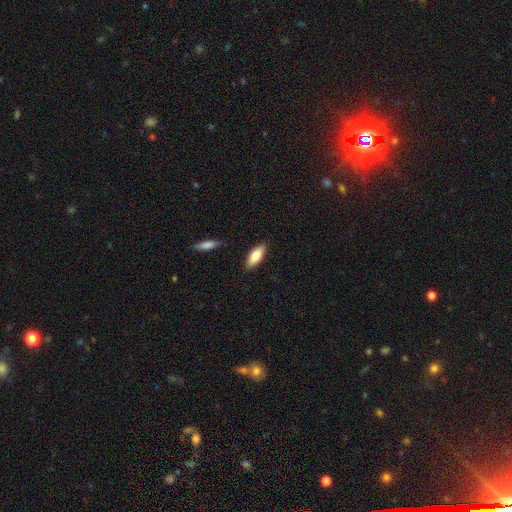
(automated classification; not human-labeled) Smooth or featured?
  - smooth: 82% *
  - featured or disk: 12%
  - star or artifact: 6%
How rounded?
  - in between: 76% *
  - cigar-shaped: 23%
  - round: 2%
Merging?
  - none: 86% *
  - minor disturbance: 10%
  - major disturbance: 2%
  - merger: 2%